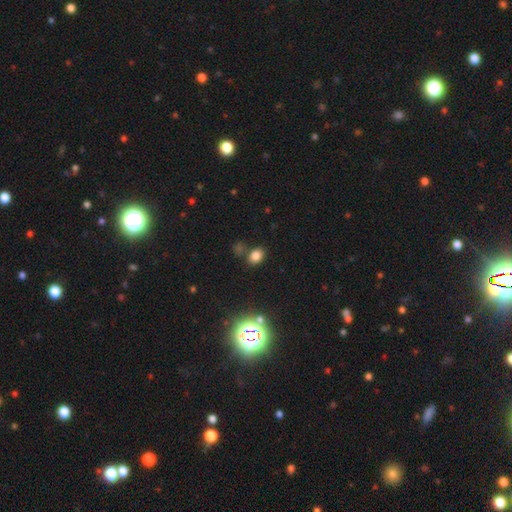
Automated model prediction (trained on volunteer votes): A smooth galaxy with no disk features (75%) that is in between round and cigar-shaped (68%).

Vote fractions:
- Smooth or featured? smooth: 75% / star or artifact: 18% / featured or disk: 6%
- How rounded? in between: 68% / round: 30% / cigar-shaped: 1%
- Merging? none: 74% / minor disturbance: 12% / merger: 11% / major disturbance: 4%